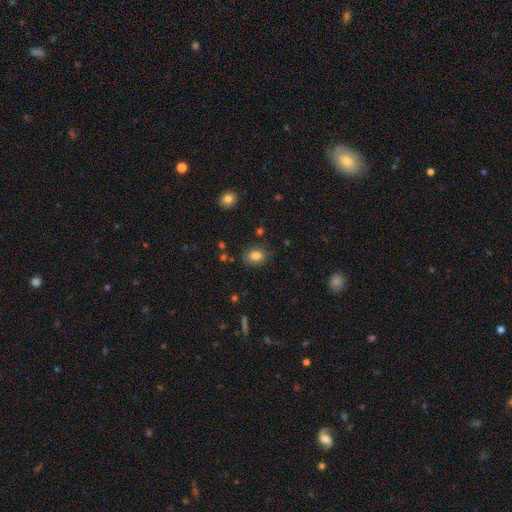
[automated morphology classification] smooth_or_featured: smooth (p=0.82) [alt: star or artifact p=0.10]
how_rounded: in between (p=0.76) [alt: round p=0.22]
merging: none (p=0.78) [alt: minor disturbance p=0.16]